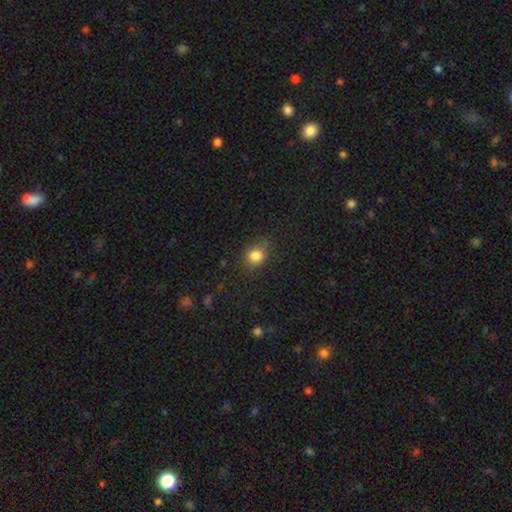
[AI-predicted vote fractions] This is clearly a smooth galaxy (82%). How rounded: likely round (75%). Merging: likely none (78%).